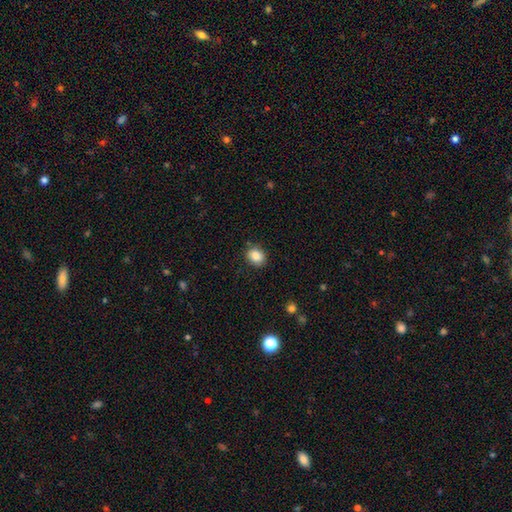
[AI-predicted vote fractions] Smooth or featured? Predicted: smooth (p=0.86). How rounded? Predicted: round (p=0.57). Merging? Predicted: none (p=0.84).